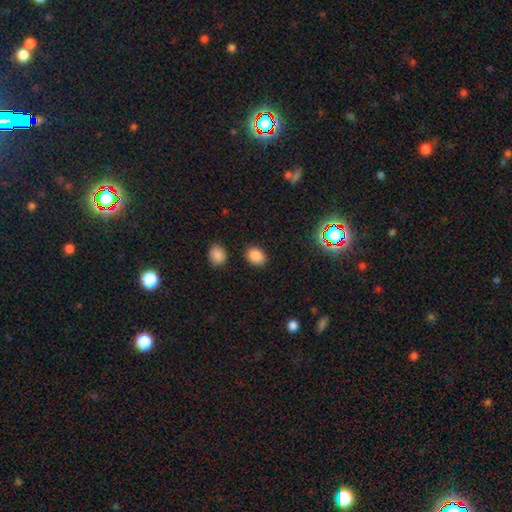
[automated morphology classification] Overall: smooth (85%). How rounded: in between (55%; round 44%). Merging: none (85%).